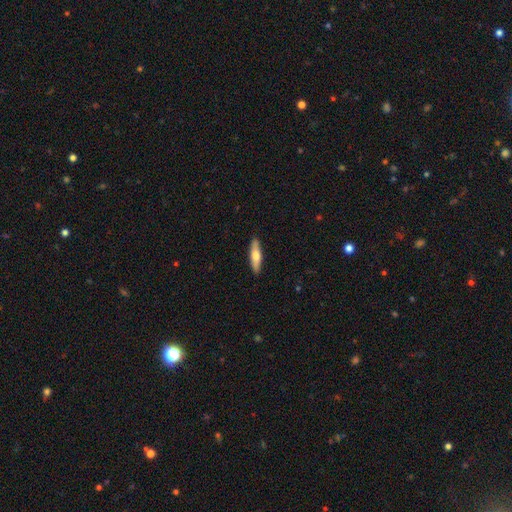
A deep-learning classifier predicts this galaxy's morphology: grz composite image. It shows a smooth galaxy with no disk features (61%) that is cigar-shaped (67%). Merging: none (90%).